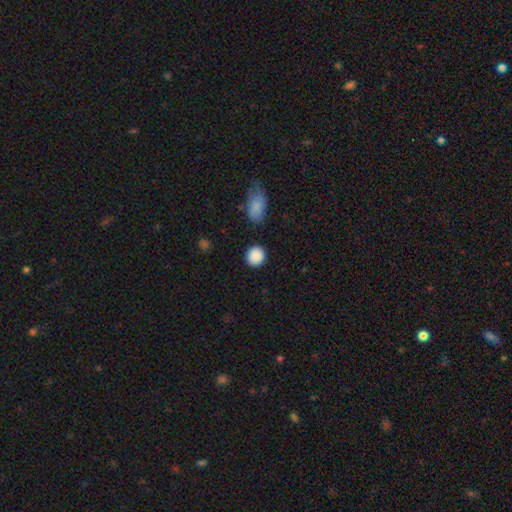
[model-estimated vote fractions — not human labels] smooth 90%, star or artifact 7%, featured or disk 3%. Down the decision tree: how rounded — round (86%); merging — none (88%).